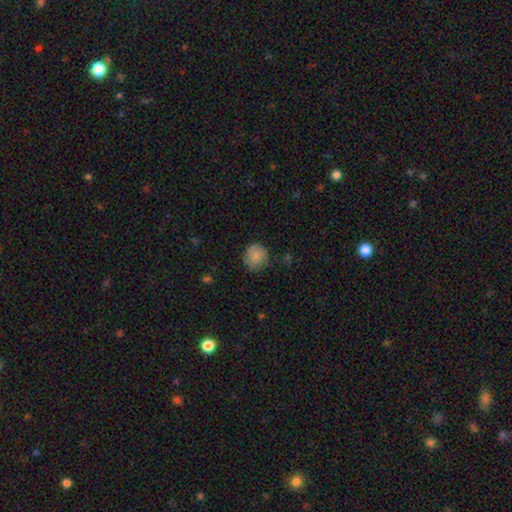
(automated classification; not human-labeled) This is clearly a smooth galaxy (84%). How rounded: clearly round (89%). Merging: clearly none (80%).